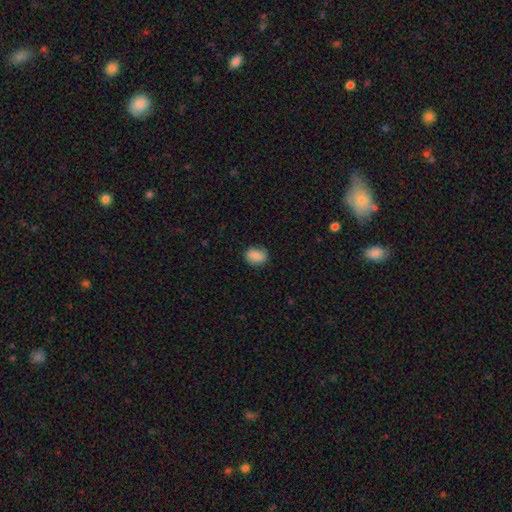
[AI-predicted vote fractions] This appears to be a smooth galaxy with no disk features (87%) that is in between round and cigar-shaped (61%). Merging: none (82%).